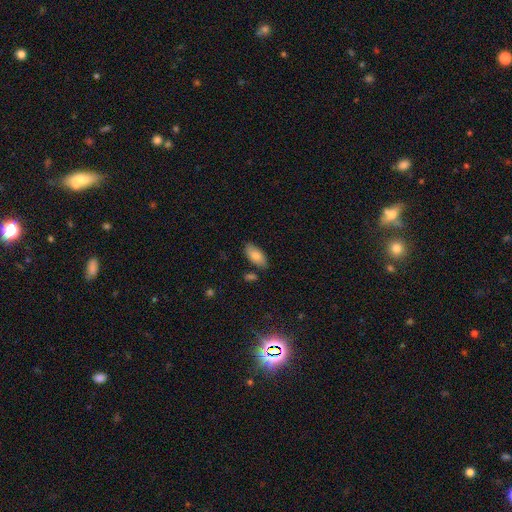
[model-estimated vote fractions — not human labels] The model was most divided on "smooth or featured": smooth: 81%, featured or disk: 13%, star or artifact: 7%. More confident: how rounded — in between (91%); merging — none (81%).